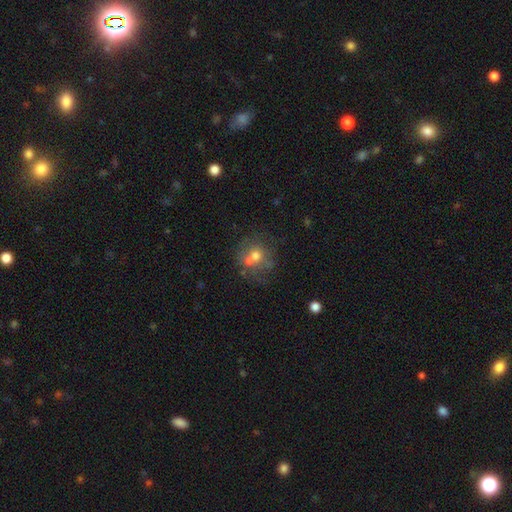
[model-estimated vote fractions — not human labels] A smooth galaxy with no disk features (58%) that is round (81%). Merging: none (44%).